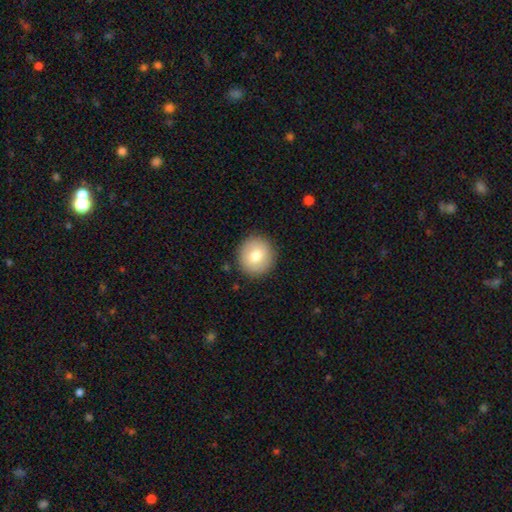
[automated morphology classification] A smooth galaxy with no disk features (77%) that is round (93%). Merging: none (90%).